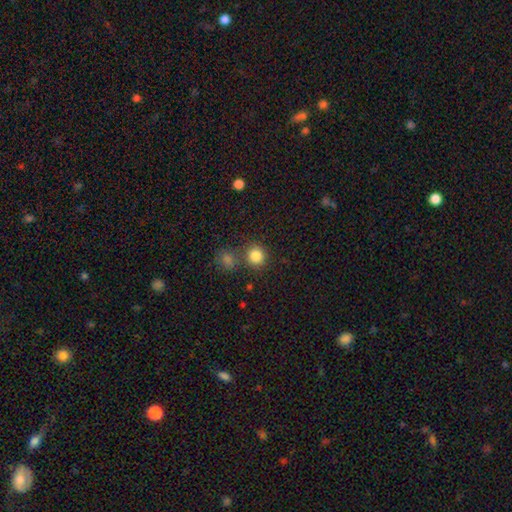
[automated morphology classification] Smooth or featured? Predicted: smooth (p=0.84). How rounded? Predicted: round (p=0.89). Merging? Predicted: none (p=0.74).